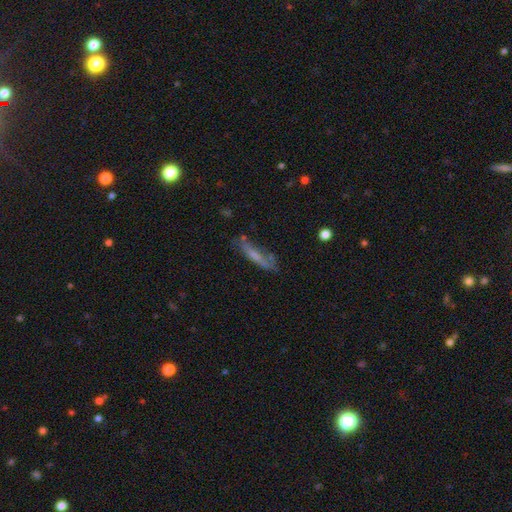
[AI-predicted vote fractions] Q: Smooth or featured?
A: smooth (53%); runner-up: featured or disk (38%)
Q: How rounded?
A: cigar-shaped (78%); runner-up: in between (20%)
Q: Merging?
A: none (59%); runner-up: minor disturbance (25%)